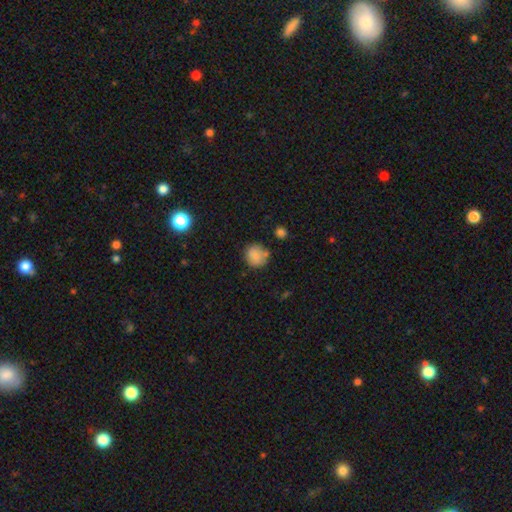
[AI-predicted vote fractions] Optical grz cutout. It shows a smooth galaxy with no disk features (81%) that is round (85%). Merging: none (70%).